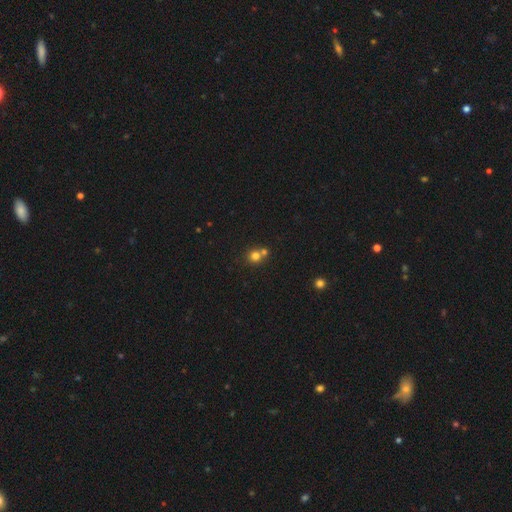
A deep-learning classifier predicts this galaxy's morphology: This appears to be a smooth galaxy with no disk features (77%) that is round (88%). Merging: none (51%).